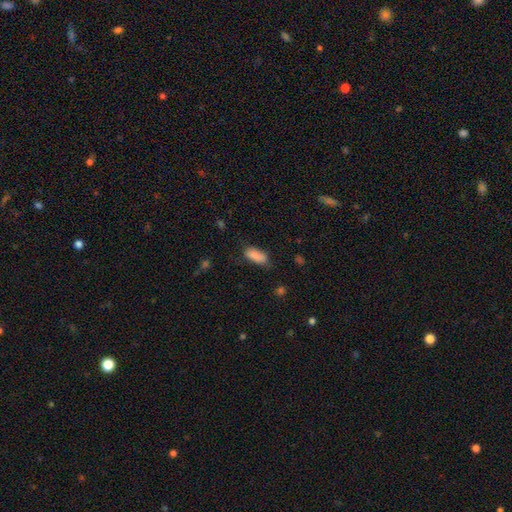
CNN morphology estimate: The model was most divided on "merging": none: 70%, minor disturbance: 22%, major disturbance: 6%, merger: 2%. More confident: smooth or featured — smooth (87%); how rounded — in between (81%).